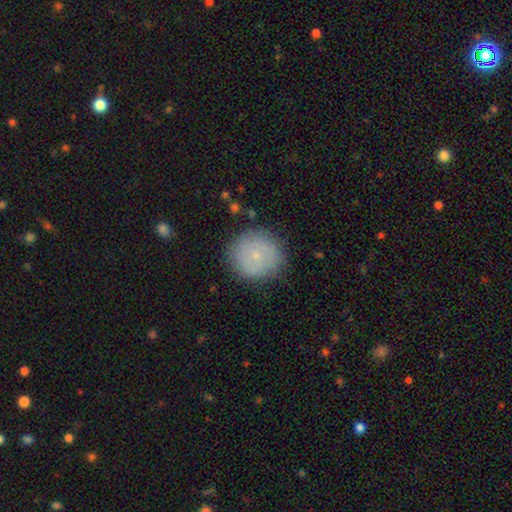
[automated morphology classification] A smooth galaxy with no disk features (65%) that is round (91%). Merging: none (83%).